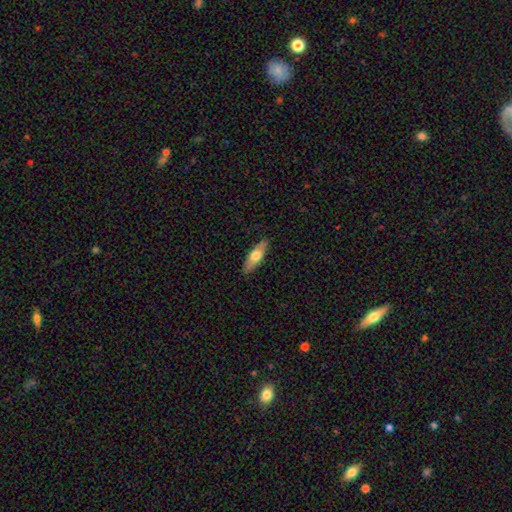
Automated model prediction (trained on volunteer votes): Smooth or featured? Predicted: smooth (p=0.60). How rounded? Predicted: in between (p=0.51). Merging? Predicted: none (p=0.88).